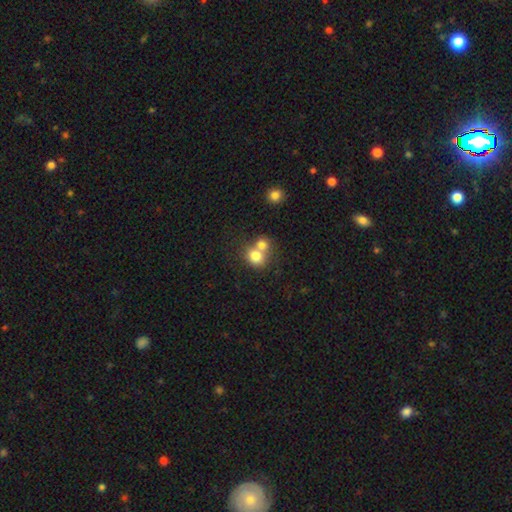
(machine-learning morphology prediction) Smooth or featured? Predicted: smooth (p=0.78). How rounded? Predicted: round (p=0.69). Merging? Predicted: merger (p=0.57).